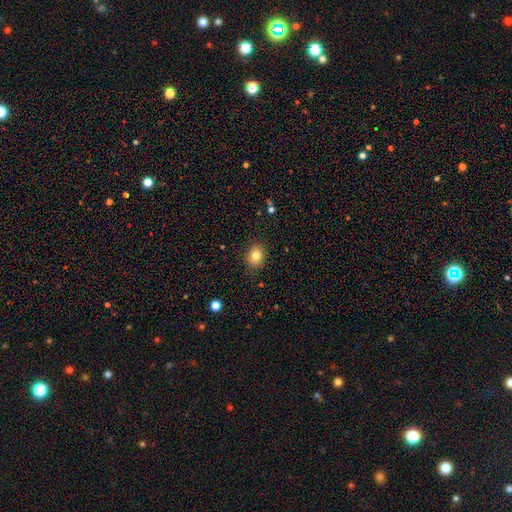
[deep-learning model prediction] Q: Smooth or featured?
A: smooth (82%); runner-up: star or artifact (10%)
Q: How rounded?
A: in between (53%); runner-up: round (46%)
Q: Merging?
A: none (88%); runner-up: minor disturbance (9%)